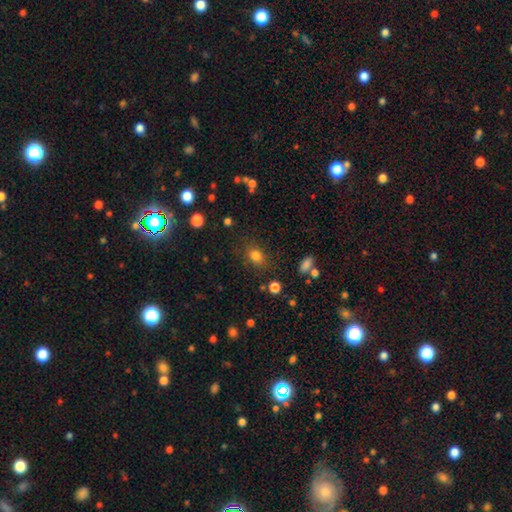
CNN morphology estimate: smooth_or_featured: smooth (p=0.80) [alt: star or artifact p=0.14]
how_rounded: in between (p=0.58) [alt: round p=0.41]
merging: none (p=0.76) [alt: minor disturbance p=0.14]